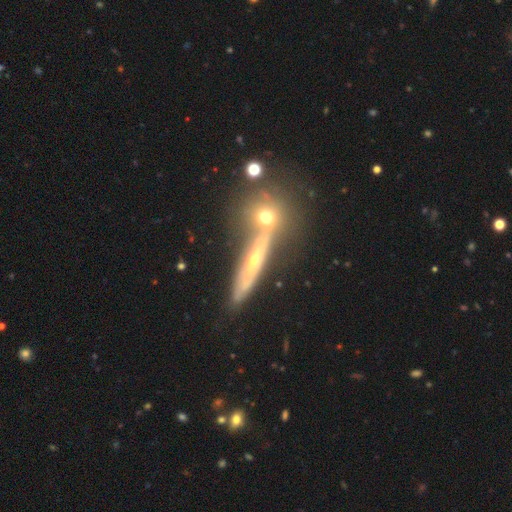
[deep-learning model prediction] Overall: featured or disk (60%; smooth 28%). Edge-on disk: yes (77%). Merging: none (56%; merger 29%).